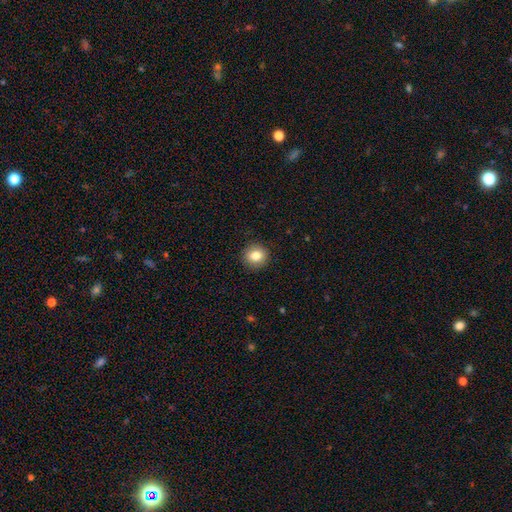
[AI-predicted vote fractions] Q: Smooth or featured?
A: smooth (82%); runner-up: star or artifact (10%)
Q: How rounded?
A: round (89%); runner-up: in between (10%)
Q: Merging?
A: none (91%); runner-up: minor disturbance (6%)